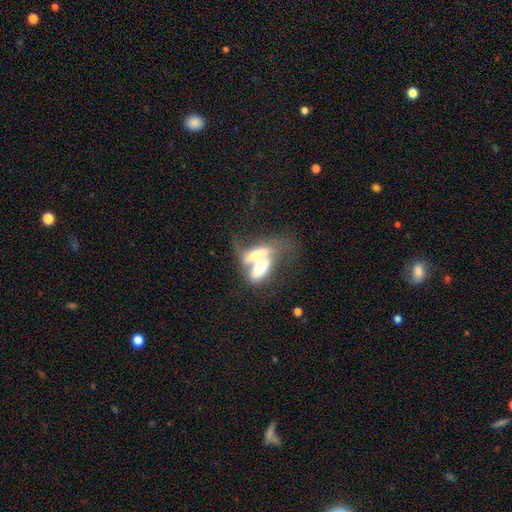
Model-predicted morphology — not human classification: This is possibly a smooth galaxy (50%). Merging: likely merger (78%).